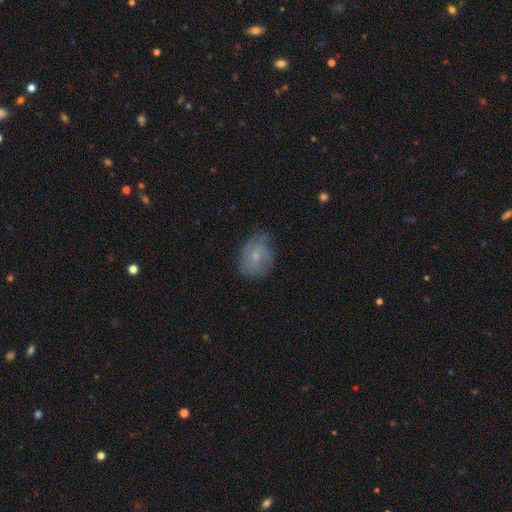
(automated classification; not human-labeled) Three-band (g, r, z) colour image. It shows a smooth galaxy with no disk features (60%) that is in between round and cigar-shaped (59%). Merging: none (63%).